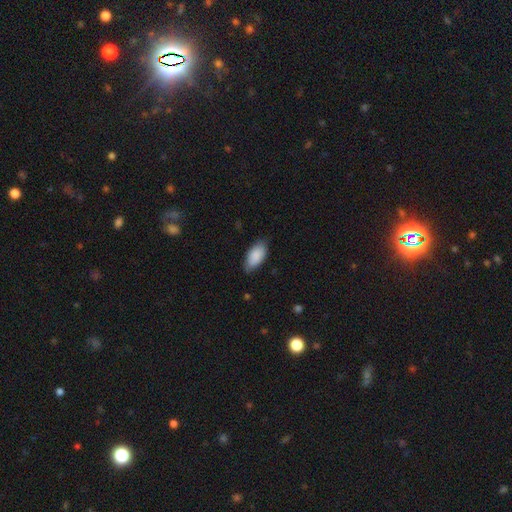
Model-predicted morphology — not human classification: A smooth galaxy with no disk features (88%) that is in between round and cigar-shaped (93%). Merging: none (79%).